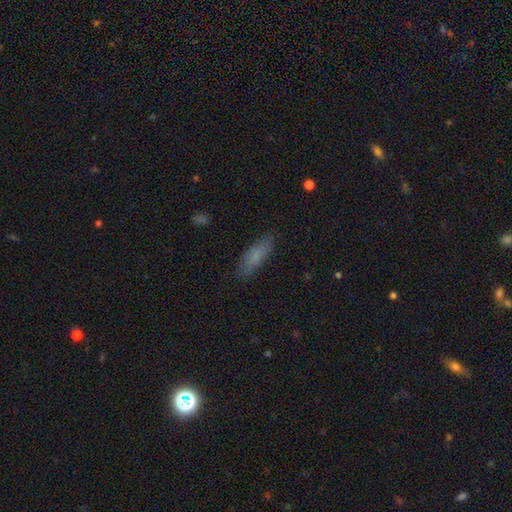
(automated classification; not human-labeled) A smooth galaxy with no disk features (78%) that is cigar-shaped (54%). Merging: none (85%).